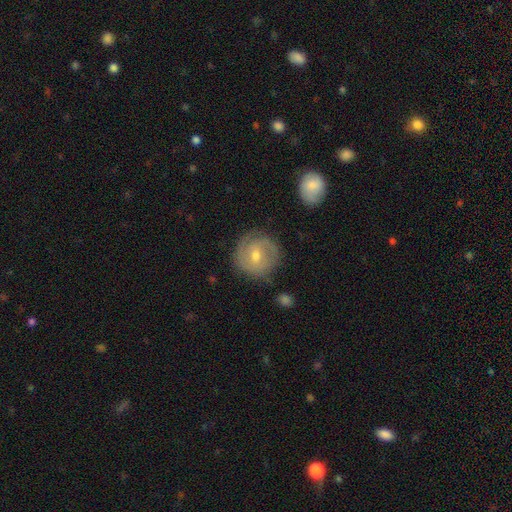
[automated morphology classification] Smooth or featured: featured or disk — 66% (smooth — 27%)
Edge-on disk: no — 97% (yes — 3%)
Bar: no — 47% (weak — 45%)
Spiral arms: yes — 86% (no — 14%)
Spiral winding: tight — 58% (medium — 32%)
Spiral arm count: 2 — 60% (can't tell — 22%)
Bulge size: moderate — 65% (small — 31%)
Merging: none — 80% (minor disturbance — 14%)